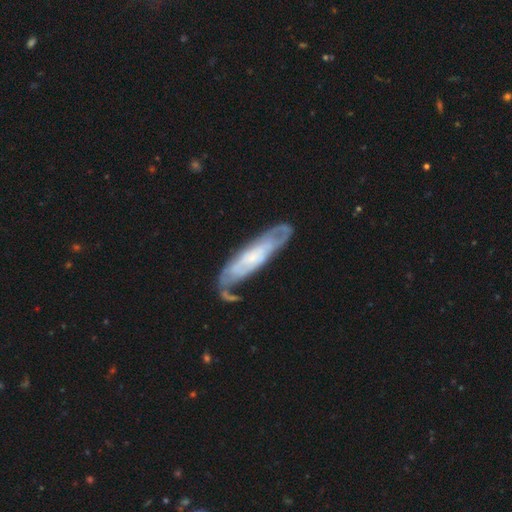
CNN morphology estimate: This appears to be a featured or disk galaxy (73%) with no bar (61%), spiral arms (86%) and a small central bulge (53%). Merging: none (64%).